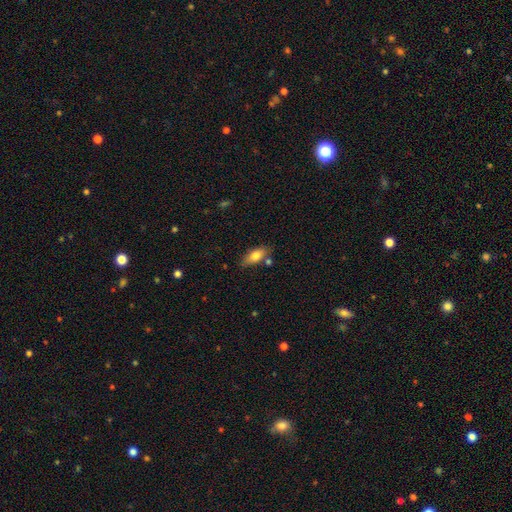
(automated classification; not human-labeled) The model was most divided on "merging": none: 72%, minor disturbance: 16%, merger: 8%, major disturbance: 4%. More confident: how rounded — in between (79%); smooth or featured — smooth (76%).